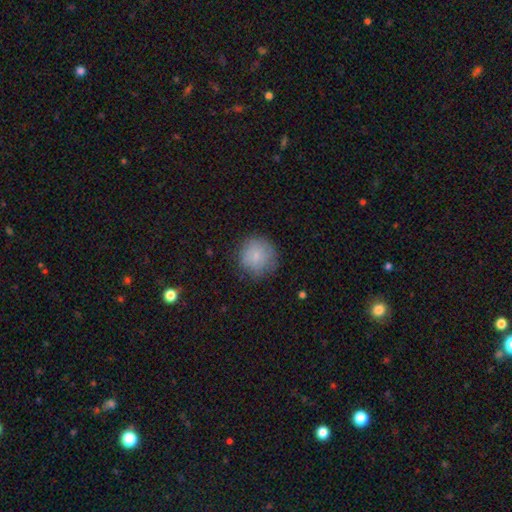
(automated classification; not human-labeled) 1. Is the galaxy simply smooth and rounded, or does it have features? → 82% smooth, 10% featured or disk, 8% star or artifact.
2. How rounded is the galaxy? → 94% round, 5% in between, 1% cigar-shaped.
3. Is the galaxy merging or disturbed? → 81% none, 14% minor disturbance, 4% major disturbance, 1% merger.